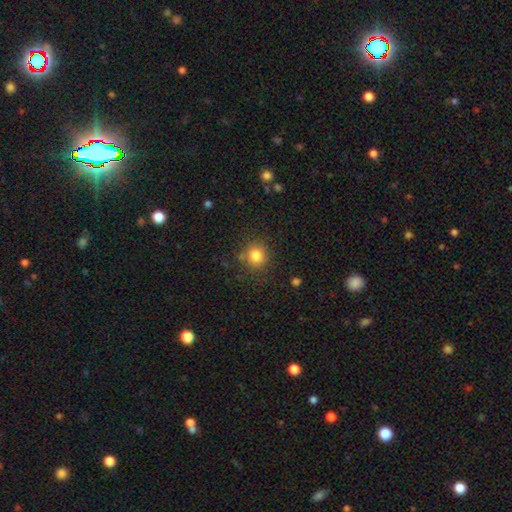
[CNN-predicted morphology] A smooth galaxy with no disk features (83%) that is round (89%).

Vote fractions:
- Smooth or featured? smooth: 83% / star or artifact: 12% / featured or disk: 6%
- How rounded? round: 89% / in between: 10% / cigar-shaped: 1%
- Merging? none: 83% / minor disturbance: 10% / major disturbance: 4% / merger: 3%